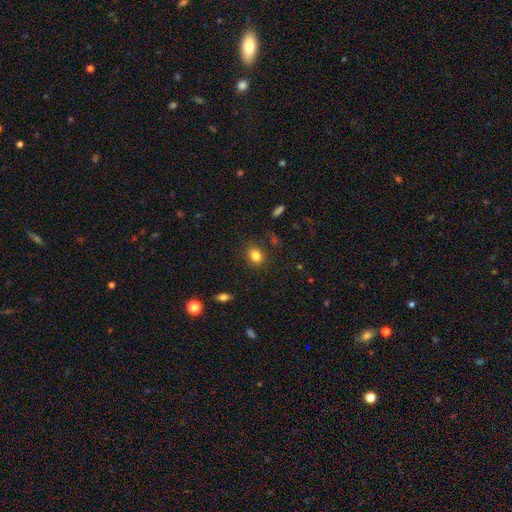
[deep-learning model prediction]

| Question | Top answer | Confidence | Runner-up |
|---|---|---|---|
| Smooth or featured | smooth | 83% | star or artifact (11%) |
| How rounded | in between | 53% | round (46%) |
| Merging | none | 82% | minor disturbance (13%) |